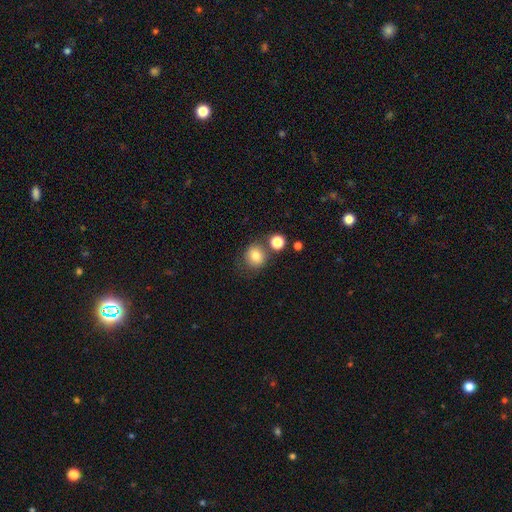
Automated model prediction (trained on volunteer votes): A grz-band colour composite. It shows a smooth galaxy with no disk features (80%) that is round (84%). Merging: none (67%).